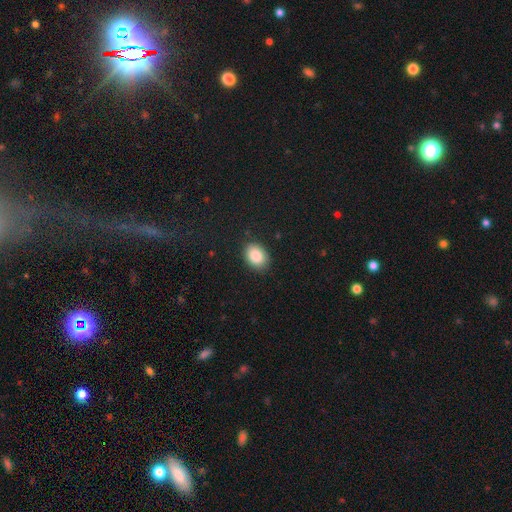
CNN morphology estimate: This is clearly a smooth galaxy (86%). How rounded: likely in between (73%). Merging: clearly none (86%).